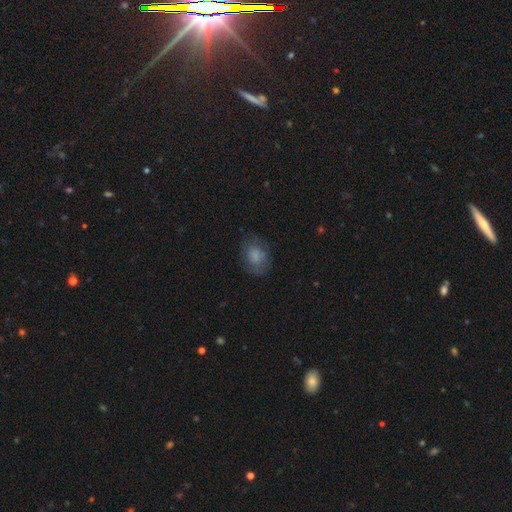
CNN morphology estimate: smooth-or-featured: smooth: 73% | featured or disk: 17% | star or artifact: 10%
  how-rounded: in between: 67% | round: 32% | cigar-shaped: 1%
  merging: none: 63% | minor disturbance: 22% | major disturbance: 12% | merger: 2%